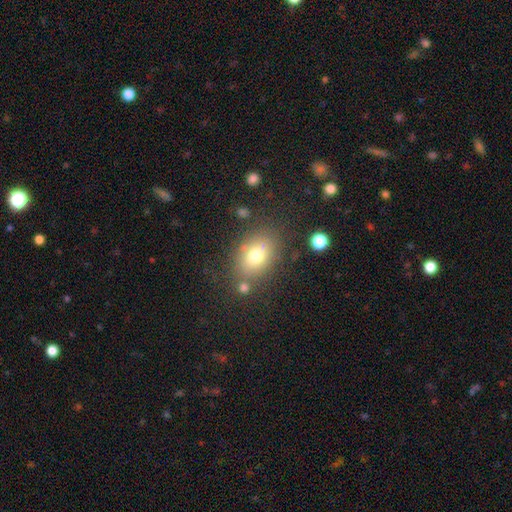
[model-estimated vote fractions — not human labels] Smooth or featured?
  - smooth: 74% *
  - featured or disk: 14%
  - star or artifact: 11%
How rounded?
  - in between: 75% *
  - round: 24%
  - cigar-shaped: 2%
Merging?
  - none: 74% *
  - minor disturbance: 14%
  - merger: 7%
  - major disturbance: 5%